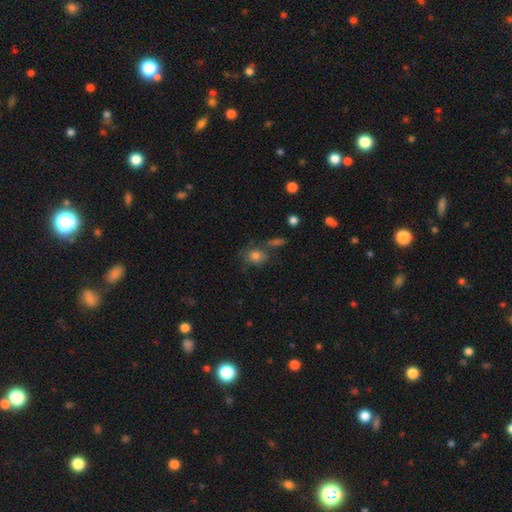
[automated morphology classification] A smooth galaxy with no disk features (76%) that is round (61%).

Vote fractions:
- Smooth or featured? smooth: 76% / featured or disk: 13% / star or artifact: 11%
- How rounded? round: 61% / in between: 38% / cigar-shaped: 2%
- Merging? none: 56% / minor disturbance: 18% / merger: 17% / major disturbance: 9%